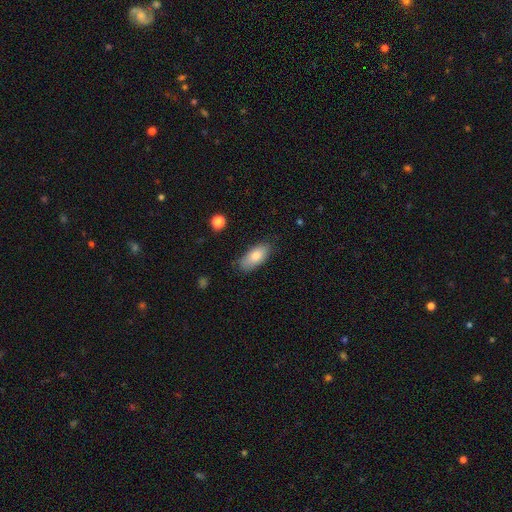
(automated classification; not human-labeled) This is likely a smooth galaxy (79%). How rounded: clearly in between (88%). Merging: likely none (77%).